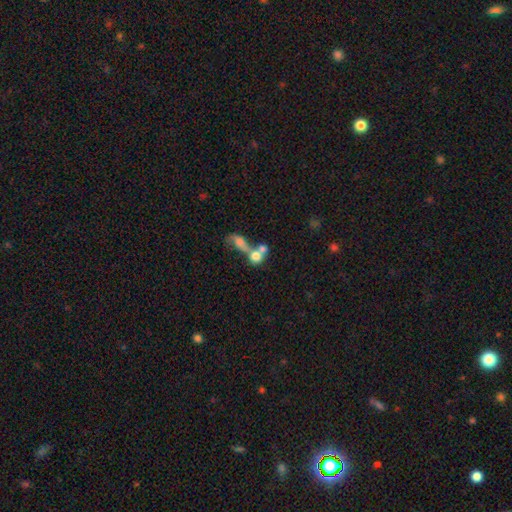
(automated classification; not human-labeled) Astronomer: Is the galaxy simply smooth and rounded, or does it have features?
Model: smooth — 68%.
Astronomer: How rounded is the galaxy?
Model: round — 64%.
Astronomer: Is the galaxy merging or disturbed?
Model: merger — 63%.